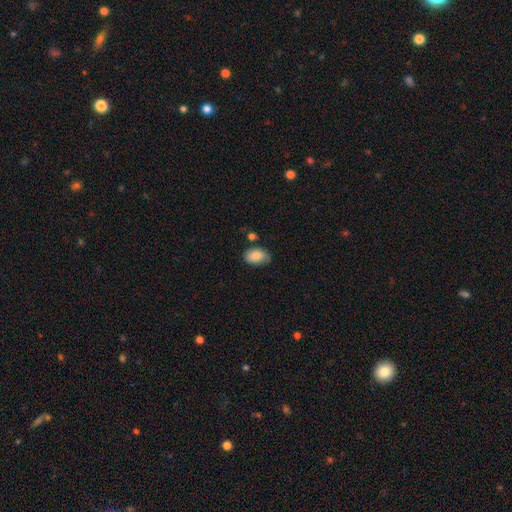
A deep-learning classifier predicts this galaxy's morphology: A smooth galaxy with no disk features (84%) that is in between round and cigar-shaped (89%). Merging: none (63%).